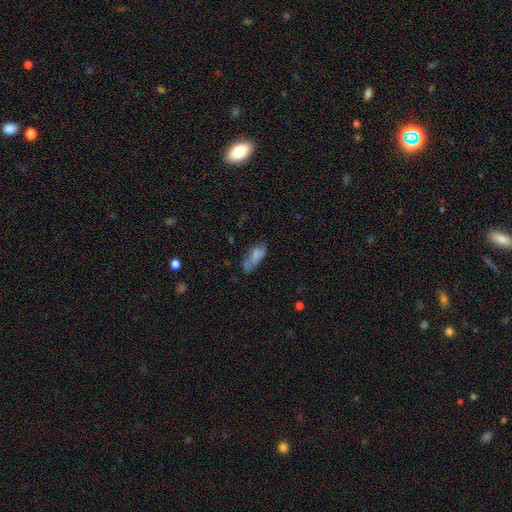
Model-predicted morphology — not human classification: Smooth or featured? smooth (69%)
How rounded? in between (73%)
Merging? none (42%)